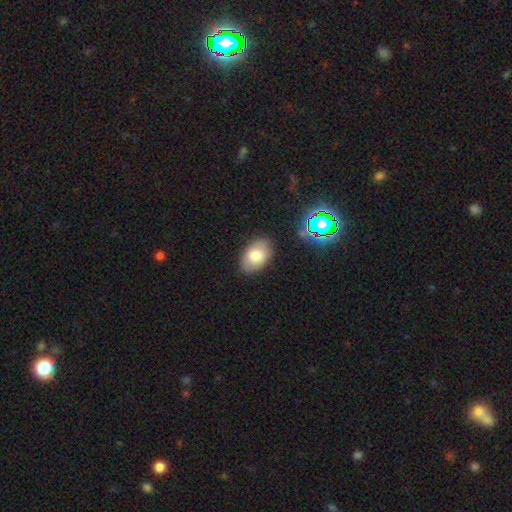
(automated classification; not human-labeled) smooth 78%, featured or disk 12%, star or artifact 9%. Down the decision tree: how rounded — in between (90%); merging — none (84%).